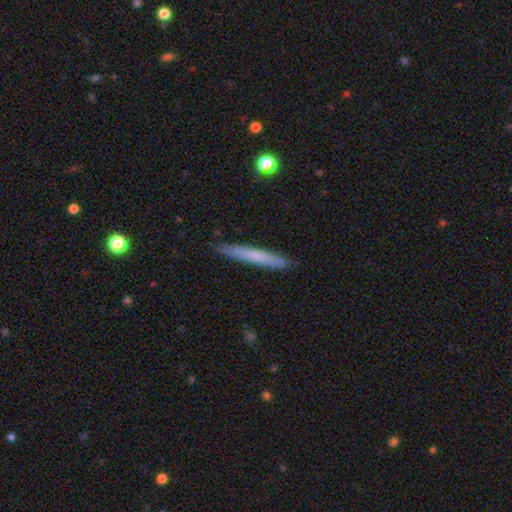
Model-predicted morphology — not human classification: smooth-or-featured: smooth: 66% | featured or disk: 28% | star or artifact: 6%
  how-rounded: cigar-shaped: 96% | in between: 3% | round: 1%
  merging: none: 89% | minor disturbance: 8% | major disturbance: 1% | merger: 1%